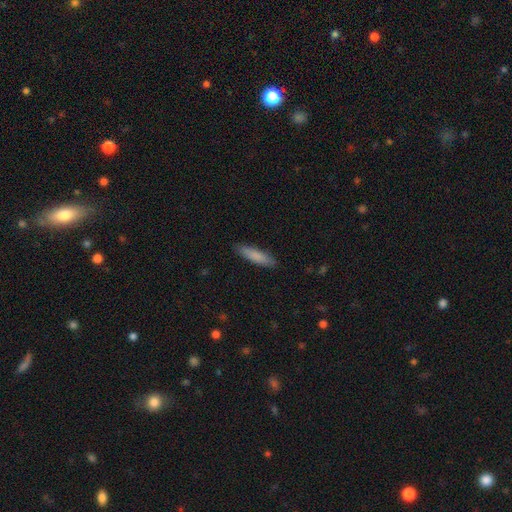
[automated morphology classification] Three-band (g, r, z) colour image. It shows a smooth galaxy with no disk features (83%) that is cigar-shaped (76%). Merging: none (87%).